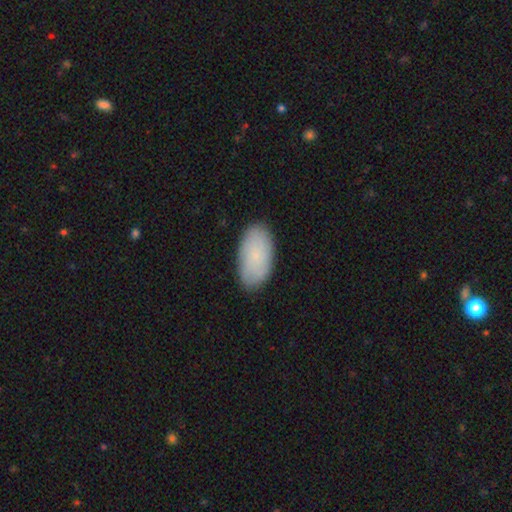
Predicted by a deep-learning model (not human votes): This is likely a smooth galaxy (80%). How rounded: clearly in between (95%). Merging: clearly none (86%).